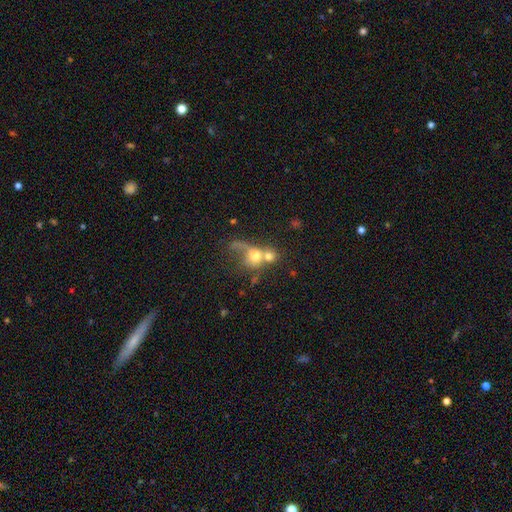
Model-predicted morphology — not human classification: Smooth or featured? Predicted: smooth (p=0.56). How rounded? Predicted: round (p=0.67). Merging? Predicted: merger (p=0.58).